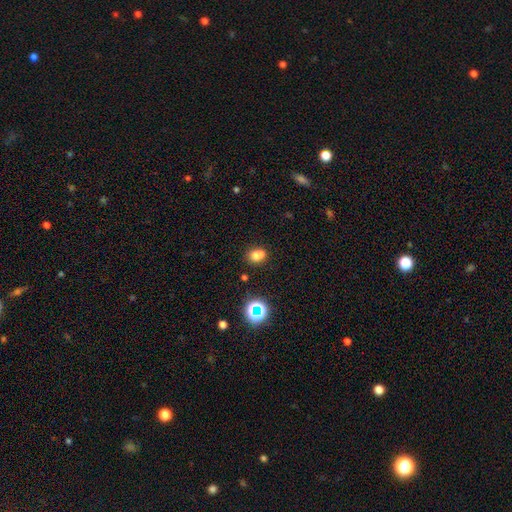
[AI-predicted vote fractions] smooth 70%, star or artifact 17%, featured or disk 14%. Down the decision tree: how rounded — round (67%); merging — merger (46%).